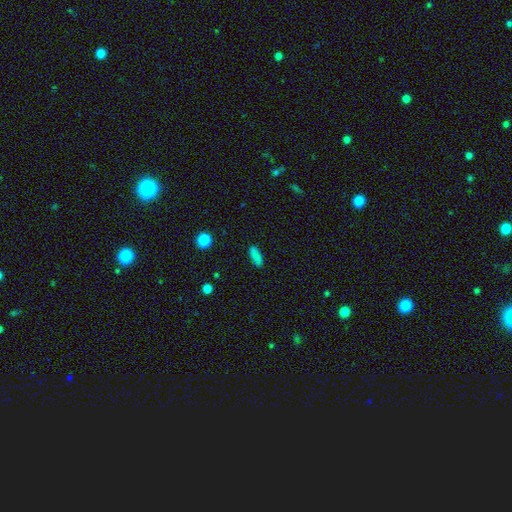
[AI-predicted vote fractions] Morphology: type=smooth (84%); roundness=in between (59%); merging=none (85%).